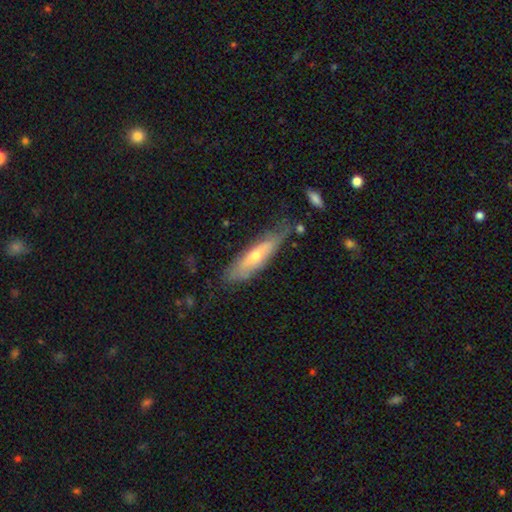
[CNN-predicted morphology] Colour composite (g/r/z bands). It shows a smooth galaxy with no disk features (47%, tied with featured or disk). Merging: none (65%).